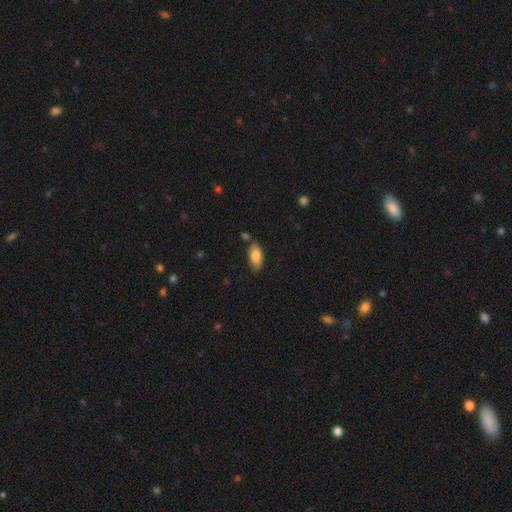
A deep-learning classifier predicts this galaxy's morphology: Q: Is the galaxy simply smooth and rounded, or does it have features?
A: smooth — 80%.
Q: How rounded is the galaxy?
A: in between — 87%.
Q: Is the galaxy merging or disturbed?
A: none — 78%.